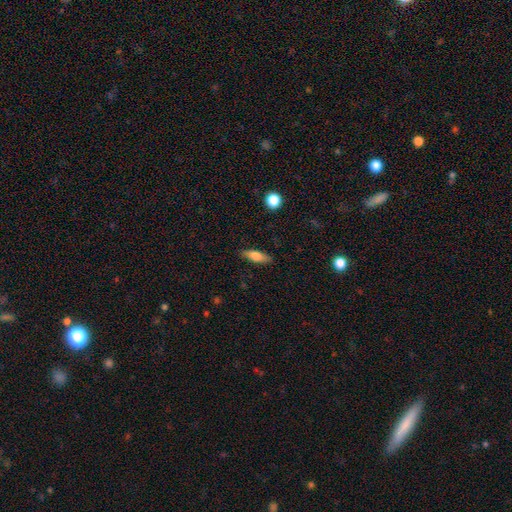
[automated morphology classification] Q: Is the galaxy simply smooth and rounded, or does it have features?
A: smooth — 71%.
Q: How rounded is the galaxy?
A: in between — 57%.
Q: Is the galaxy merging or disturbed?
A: none — 86%.